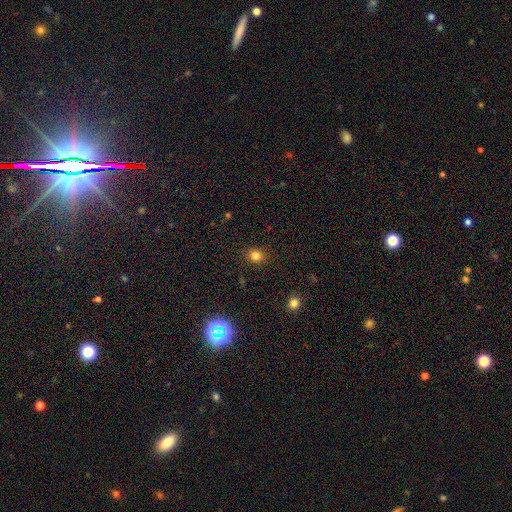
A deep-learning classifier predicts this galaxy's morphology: Smooth or featured? smooth (80%)
How rounded? round (76%)
Merging? none (88%)